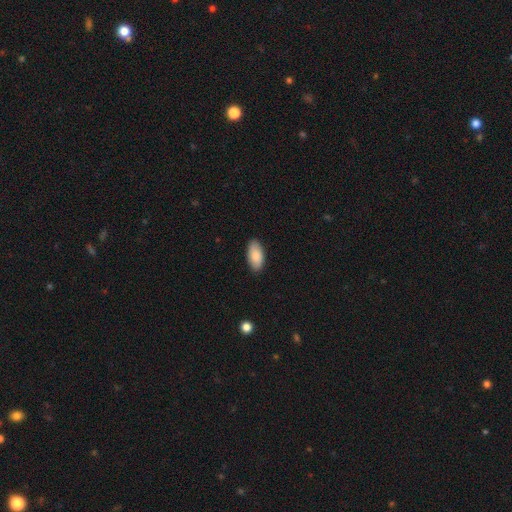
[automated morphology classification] A smooth galaxy with no disk features (87%) that is in between round and cigar-shaped (94%).

Vote fractions:
- Smooth or featured? smooth: 87% / featured or disk: 8% / star or artifact: 6%
- How rounded? in between: 94% / cigar-shaped: 4% / round: 2%
- Merging? none: 87% / minor disturbance: 10% / major disturbance: 2% / merger: 1%